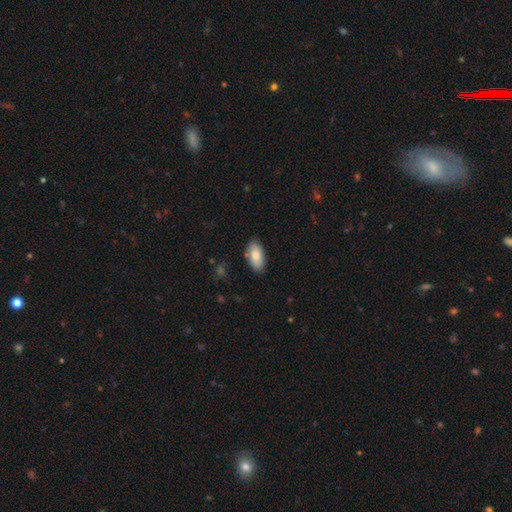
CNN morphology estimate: smooth-or-featured: smooth: 84% | featured or disk: 10% | star or artifact: 6%
  how-rounded: in between: 93% | cigar-shaped: 5% | round: 2%
  merging: none: 82% | minor disturbance: 13% | major disturbance: 3% | merger: 2%